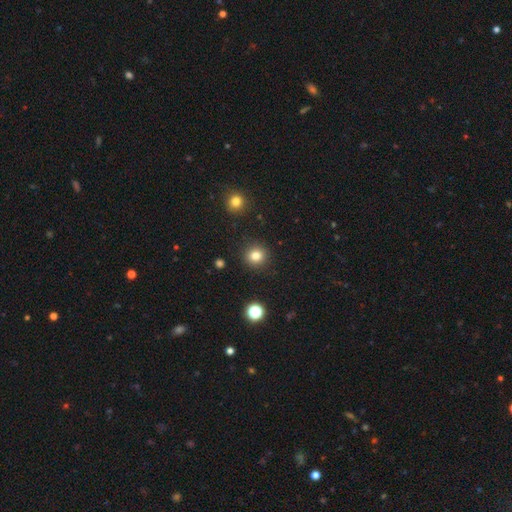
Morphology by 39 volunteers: Smooth or featured? smooth (92%)
How rounded? round (81%)
Merging? none (92%)